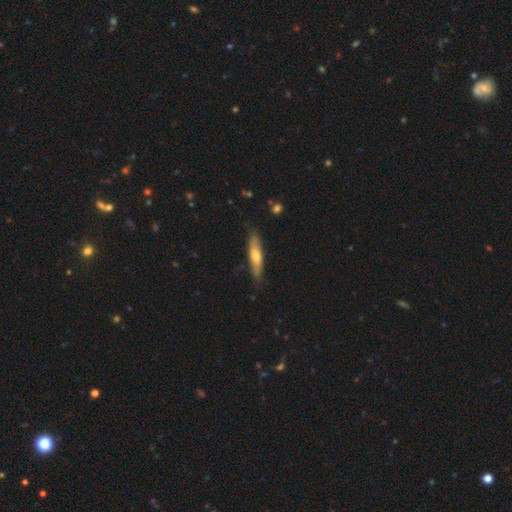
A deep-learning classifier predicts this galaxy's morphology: type=smooth (58%); roundness=cigar-shaped (80%); merging=none (80%).